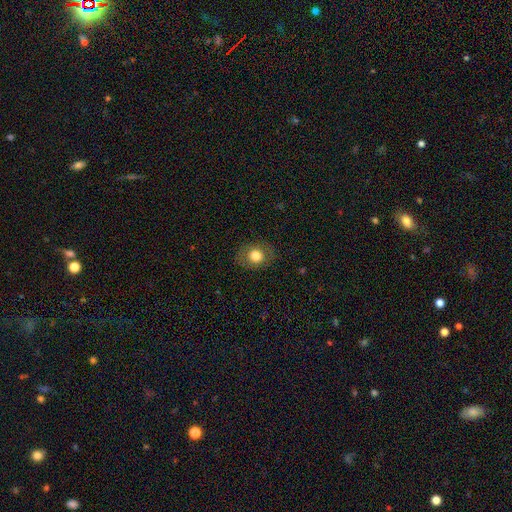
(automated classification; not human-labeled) smooth-or-featured: smooth: 78% | featured or disk: 13% | star or artifact: 9%
  how-rounded: round: 57% | in between: 42% | cigar-shaped: 1%
  merging: none: 84% | minor disturbance: 11% | major disturbance: 4% | merger: 1%